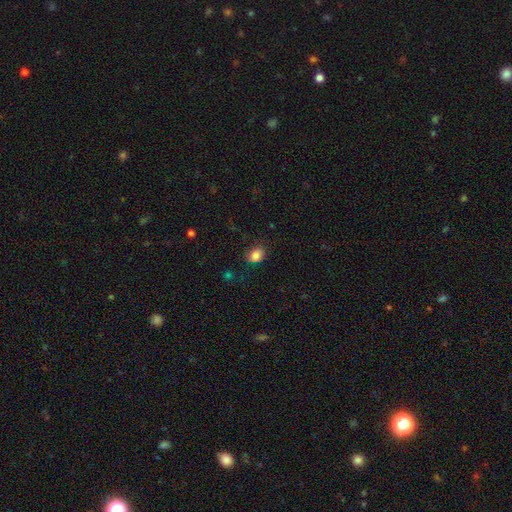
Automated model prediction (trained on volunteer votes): A smooth galaxy with no disk features (84%) that is in between round and cigar-shaped (55%). Merging: none (79%).